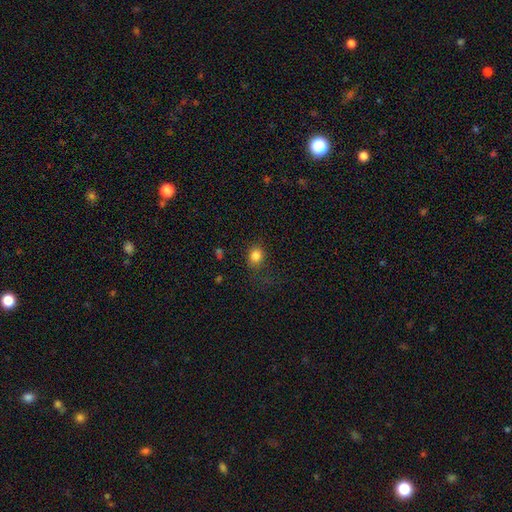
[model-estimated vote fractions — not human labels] Smooth or featured? Predicted: smooth (p=0.82). How rounded? Predicted: round (p=0.67). Merging? Predicted: none (p=0.73).